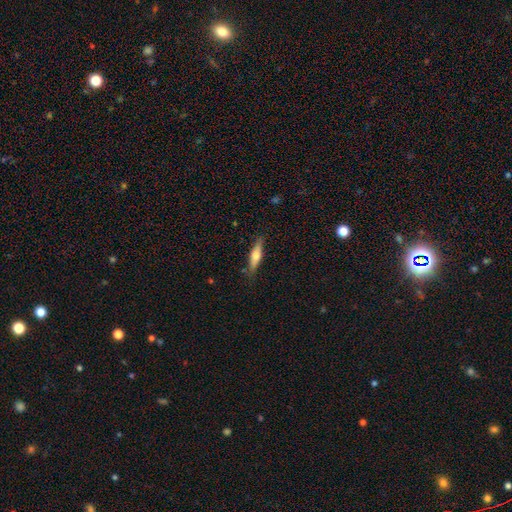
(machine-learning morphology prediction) smooth_or_featured: smooth (p=0.54) [alt: featured or disk p=0.40]
how_rounded: cigar-shaped (p=0.75) [alt: in between p=0.23]
merging: none (p=0.83) [alt: minor disturbance p=0.13]